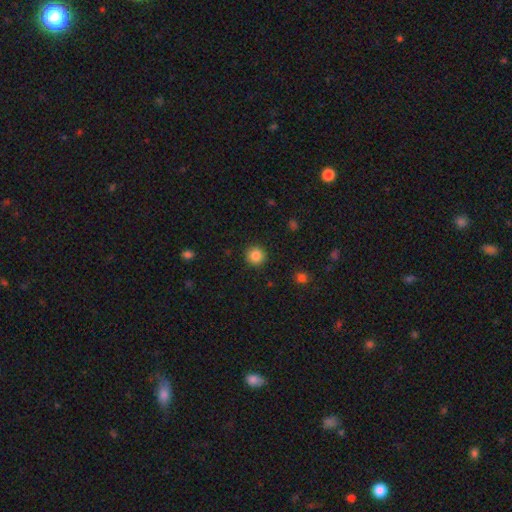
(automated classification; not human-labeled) Overall: smooth (86%). How rounded: round (94%). Merging: none (92%).